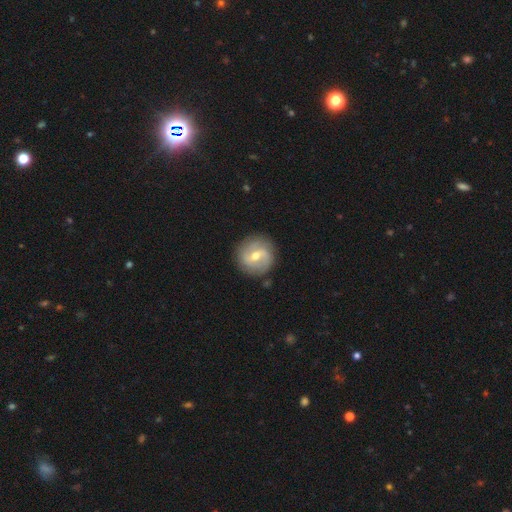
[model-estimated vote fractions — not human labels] Smooth or featured? Predicted: featured or disk (p=0.67). Edge-on disk? Predicted: no (p=0.97). Bar? Predicted: weak (p=0.56). Spiral arms? Predicted: yes (p=0.83). Spiral winding? Predicted: medium (p=0.41). Spiral arm count? Predicted: 2 (p=0.78). Bulge size? Predicted: moderate (p=0.65). Merging? Predicted: none (p=0.85).